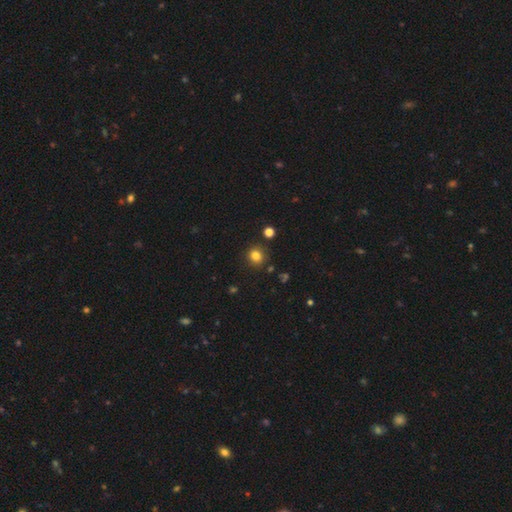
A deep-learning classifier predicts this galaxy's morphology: smooth-or-featured: smooth: 81% | star or artifact: 14% | featured or disk: 5%
  how-rounded: round: 87% | in between: 12% | cigar-shaped: 1%
  merging: none: 87% | minor disturbance: 8% | merger: 3% | major disturbance: 2%